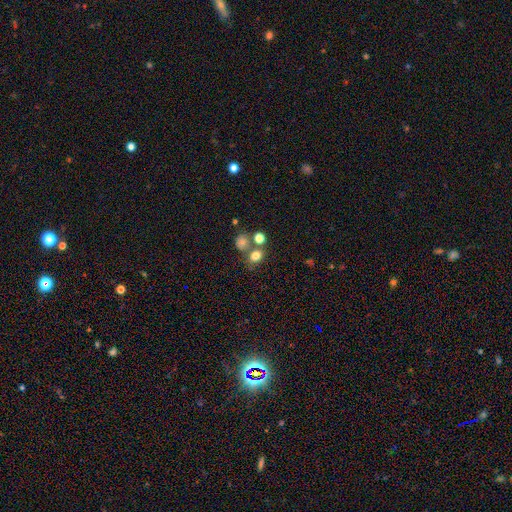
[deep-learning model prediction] Morphology: type=smooth (75%); roundness=round (58%); merging=none (55%).